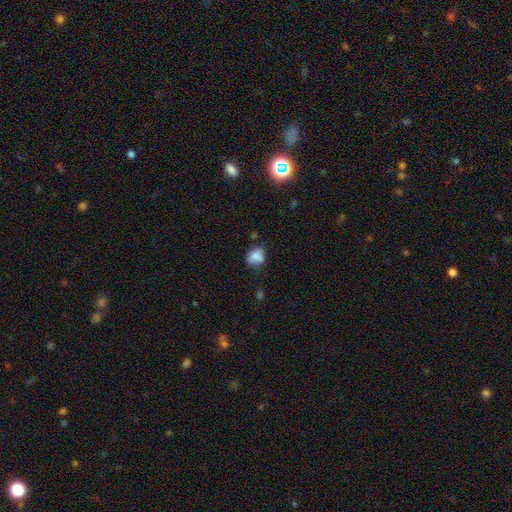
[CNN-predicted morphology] A smooth galaxy with no disk features (75%) that is in between round and cigar-shaped (57%). Merging: none (46%).